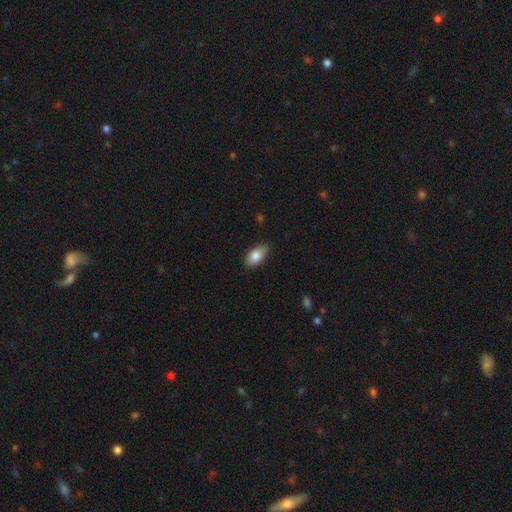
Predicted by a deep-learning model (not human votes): Smooth or featured?
  - smooth: 82% *
  - featured or disk: 12%
  - star or artifact: 7%
How rounded?
  - in between: 91% *
  - cigar-shaped: 5%
  - round: 4%
Merging?
  - none: 85% *
  - minor disturbance: 12%
  - major disturbance: 2%
  - merger: 1%